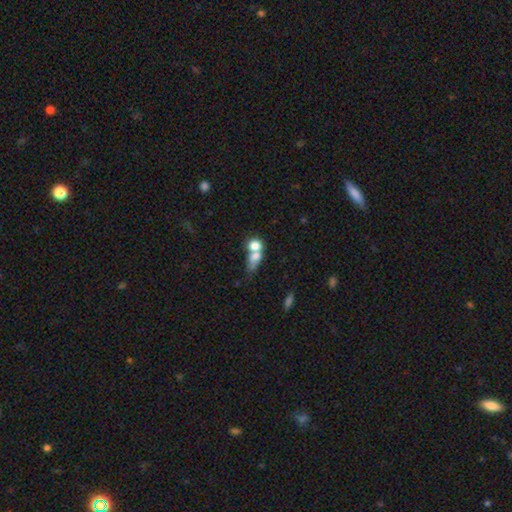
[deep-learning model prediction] A smooth galaxy with no disk features (70%) that is in between round and cigar-shaped (50%).

Vote fractions:
- Smooth or featured? smooth: 70% / featured or disk: 19% / star or artifact: 11%
- How rounded? in between: 50% / round: 44% / cigar-shaped: 6%
- Merging? merger: 63% / none: 21% / minor disturbance: 8% / major disturbance: 8%